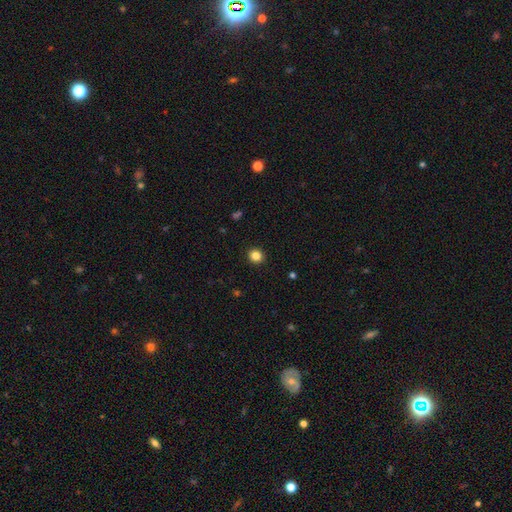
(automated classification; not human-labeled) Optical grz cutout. It shows a smooth galaxy with no disk features (85%) that is round (87%). Merging: none (92%).